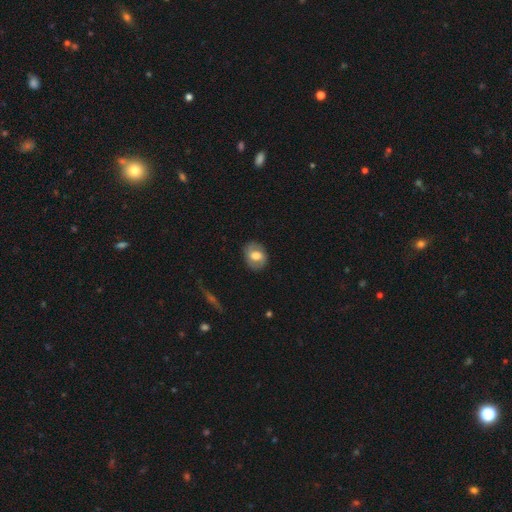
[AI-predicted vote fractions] This is possibly a smooth galaxy (55%). How rounded: possibly in between (54%). Merging: clearly none (81%).